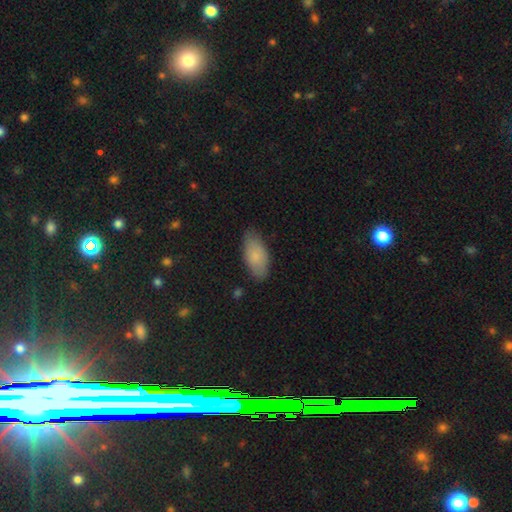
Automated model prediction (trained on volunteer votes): smooth-or-featured: smooth: 82% | featured or disk: 12% | star or artifact: 6%
  how-rounded: in between: 91% | cigar-shaped: 7% | round: 2%
  merging: none: 78% | minor disturbance: 18% | major disturbance: 3% | merger: 1%